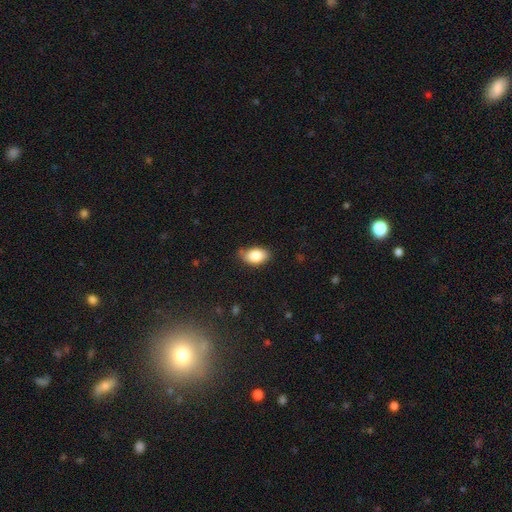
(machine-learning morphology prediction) Q: Smooth or featured?
A: smooth (85%); runner-up: featured or disk (8%)
Q: How rounded?
A: in between (91%); runner-up: round (8%)
Q: Merging?
A: none (70%); runner-up: minor disturbance (24%)